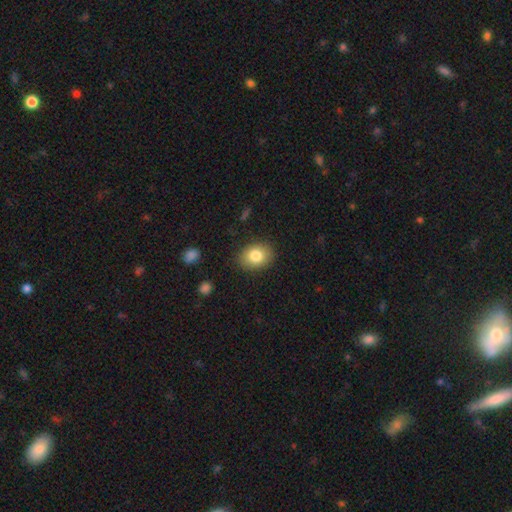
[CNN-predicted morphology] This is clearly a smooth galaxy (82%). How rounded: likely in between (66%). Merging: clearly none (86%).